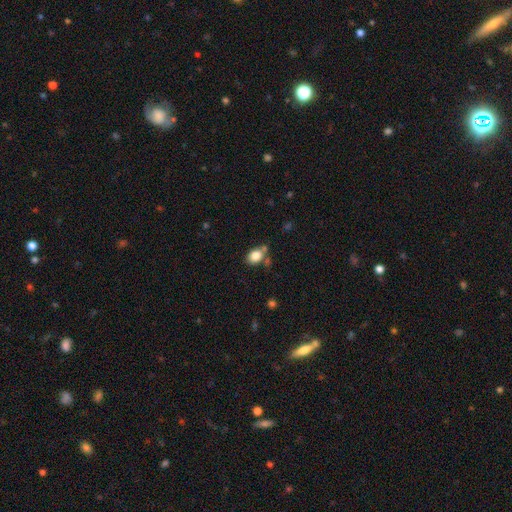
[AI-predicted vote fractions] A smooth galaxy with no disk features (82%) that is in between round and cigar-shaped (66%). Merging: none (60%).